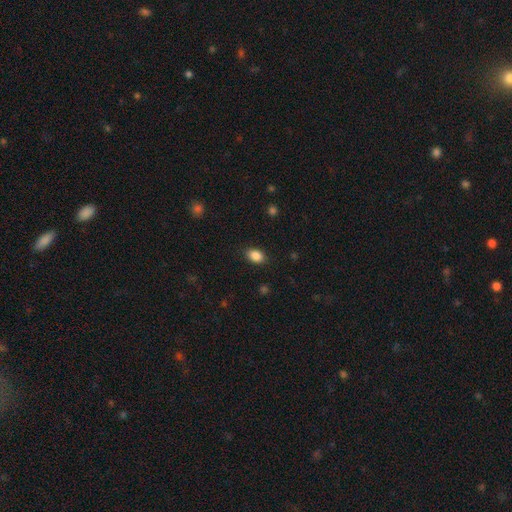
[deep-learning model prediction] The model was most divided on "how rounded": in between: 79%, round: 20%, cigar-shaped: 1%. More confident: merging — none (88%); smooth or featured — smooth (87%).